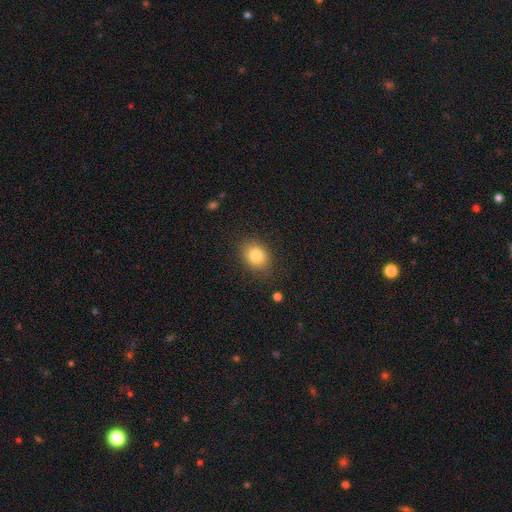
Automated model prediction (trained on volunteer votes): Smooth or featured?
  - smooth: 81% *
  - star or artifact: 11%
  - featured or disk: 8%
How rounded?
  - round: 53% *
  - in between: 47%
  - cigar-shaped: 1%
Merging?
  - none: 85% *
  - minor disturbance: 11%
  - major disturbance: 3%
  - merger: 1%